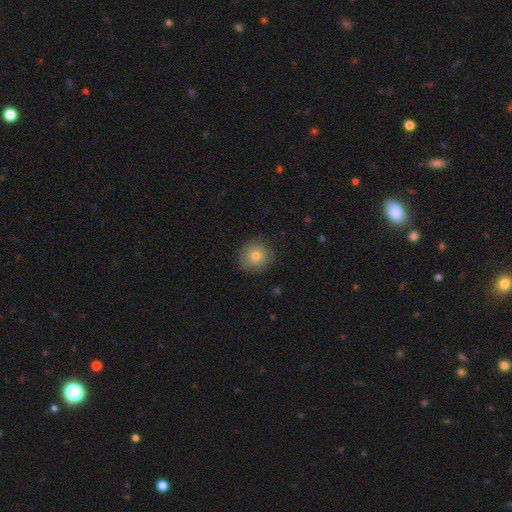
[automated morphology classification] Overall: smooth (77%). How rounded: round (90%). Merging: none (84%).